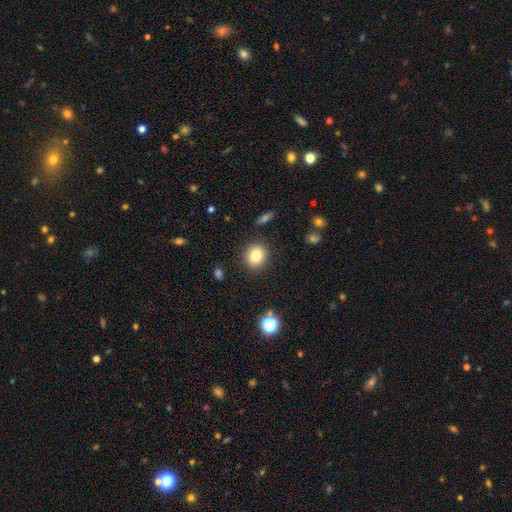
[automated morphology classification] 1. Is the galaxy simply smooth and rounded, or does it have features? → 80% smooth, 10% star or artifact, 9% featured or disk.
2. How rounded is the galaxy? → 84% round, 15% in between, 1% cigar-shaped.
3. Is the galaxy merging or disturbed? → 89% none, 7% minor disturbance, 2% major disturbance, 2% merger.